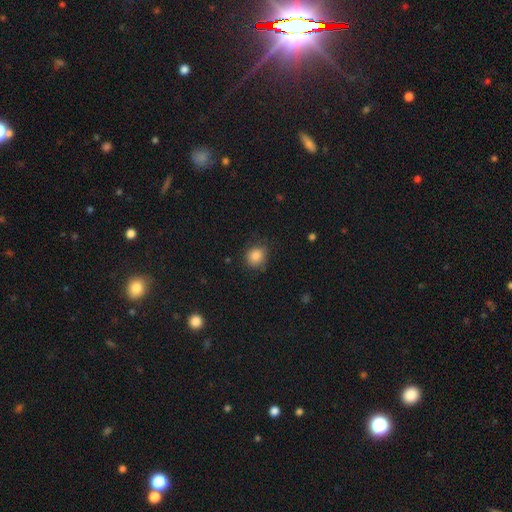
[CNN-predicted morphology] Overall: smooth (85%). How rounded: round (78%). Merging: none (75%).